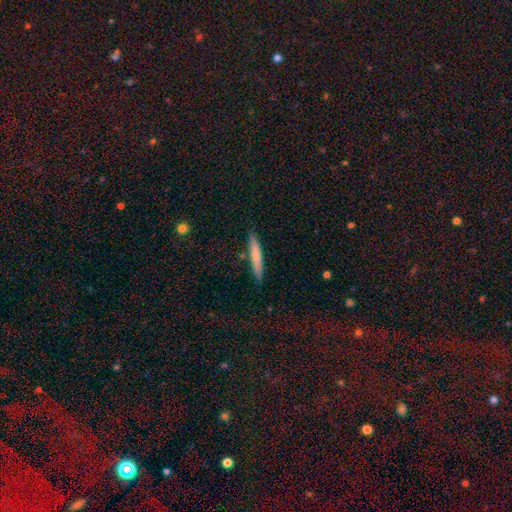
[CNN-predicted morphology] type=smooth (69%); roundness=cigar-shaped (94%); merging=none (85%).